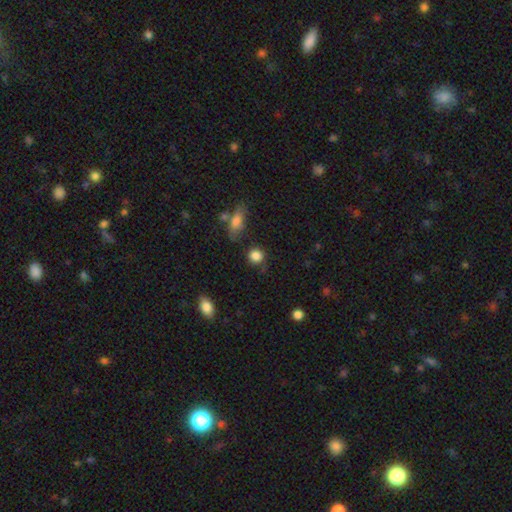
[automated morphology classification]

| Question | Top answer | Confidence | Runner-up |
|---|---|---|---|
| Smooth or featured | smooth | 84% | star or artifact (10%) |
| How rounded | round | 85% | in between (14%) |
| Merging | none | 70% | minor disturbance (18%) |